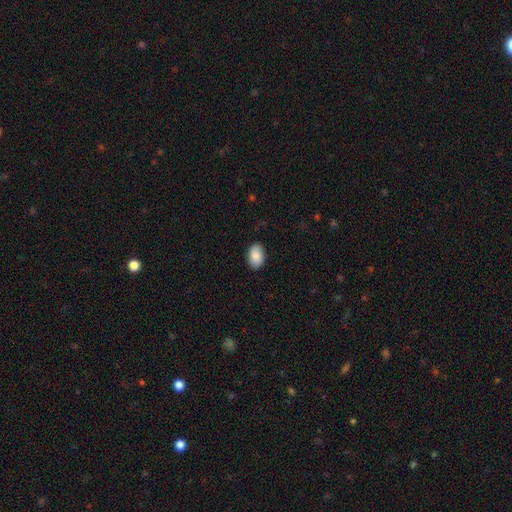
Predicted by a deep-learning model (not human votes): This appears to be a smooth galaxy with no disk features (88%) that is in between round and cigar-shaped (90%). Merging: none (88%).